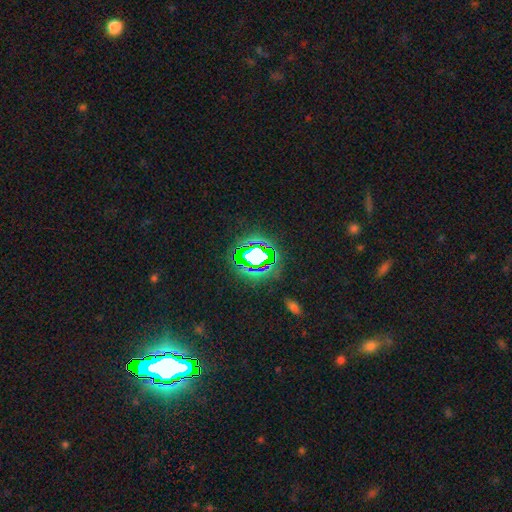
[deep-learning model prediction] star or artifact 66%, smooth 19%, featured or disk 15%.